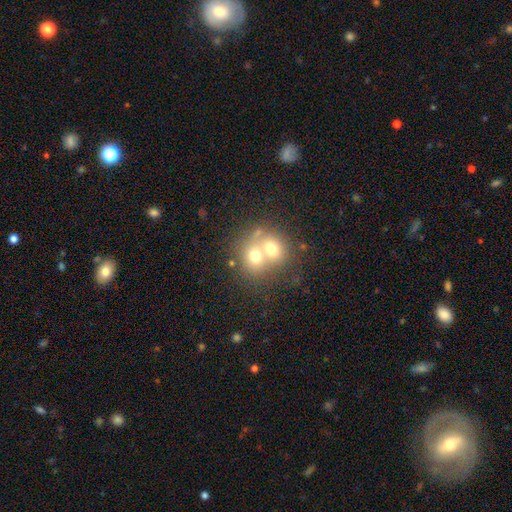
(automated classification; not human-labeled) Smooth or featured?
  - smooth: 60% *
  - featured or disk: 27%
  - star or artifact: 14%
How rounded?
  - round: 72% *
  - in between: 27%
  - cigar-shaped: 1%
Merging?
  - merger: 68% *
  - none: 24%
  - minor disturbance: 5%
  - major disturbance: 3%